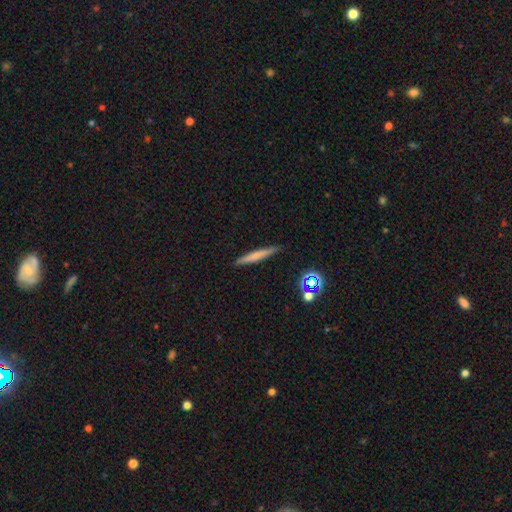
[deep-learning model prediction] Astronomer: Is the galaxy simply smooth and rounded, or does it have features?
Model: smooth — 62%.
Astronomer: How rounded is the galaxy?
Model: cigar-shaped — 94%.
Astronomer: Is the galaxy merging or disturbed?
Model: none — 88%.